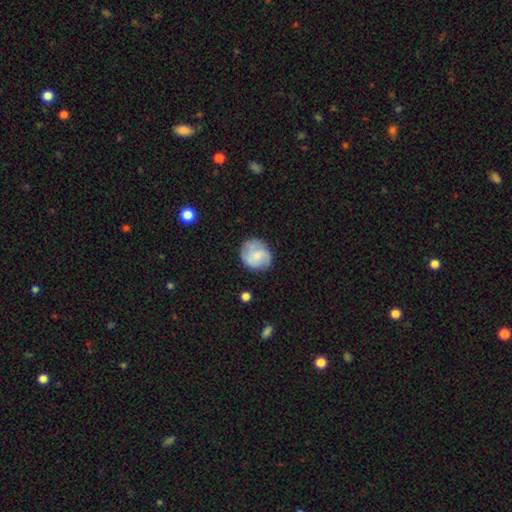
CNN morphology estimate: This appears to be a smooth galaxy with no disk features (51%) that is round (79%). Merging: none (76%).